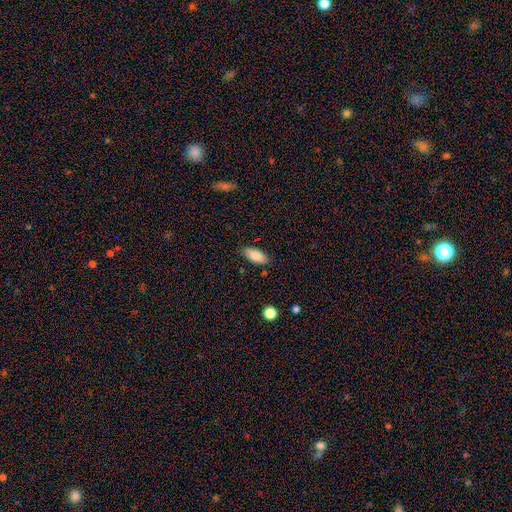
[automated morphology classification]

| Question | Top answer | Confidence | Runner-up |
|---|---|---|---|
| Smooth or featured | smooth | 85% | featured or disk (8%) |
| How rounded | in between | 87% | cigar-shaped (11%) |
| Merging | none | 82% | minor disturbance (14%) |